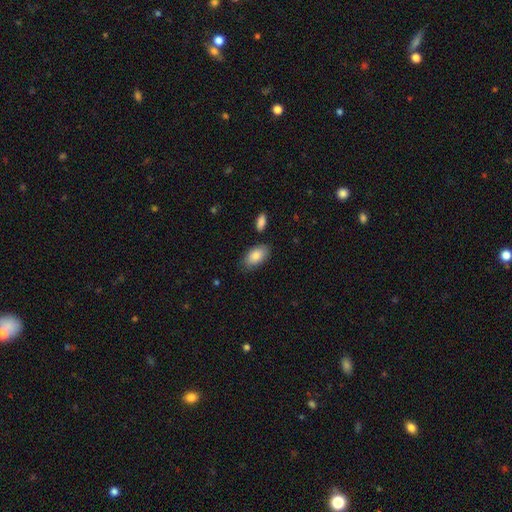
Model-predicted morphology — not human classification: smooth-or-featured: smooth: 85% | featured or disk: 9% | star or artifact: 6%
  how-rounded: in between: 94% | round: 4% | cigar-shaped: 2%
  merging: none: 81% | minor disturbance: 13% | merger: 3% | major disturbance: 3%